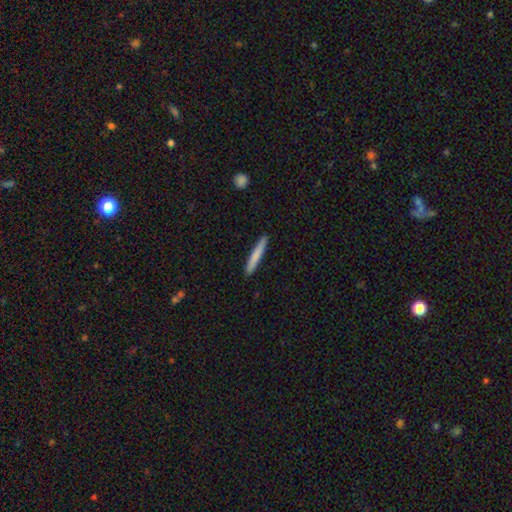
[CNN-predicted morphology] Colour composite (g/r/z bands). It shows a smooth galaxy with no disk features (76%) that is cigar-shaped (96%). Merging: none (91%).